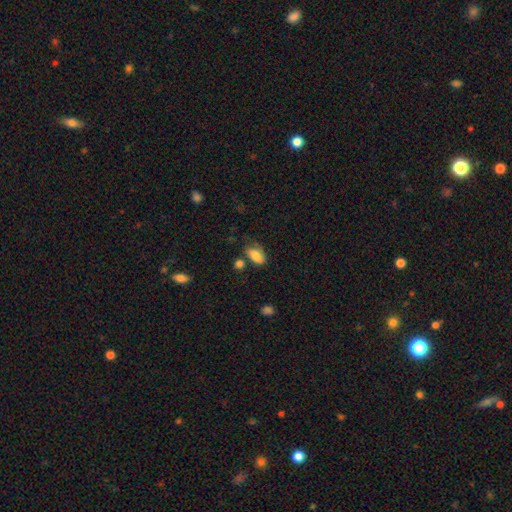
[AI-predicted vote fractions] smooth-or-featured: smooth: 77% | featured or disk: 15% | star or artifact: 8%
  how-rounded: in between: 90% | round: 6% | cigar-shaped: 3%
  merging: none: 51% | minor disturbance: 28% | major disturbance: 11% | merger: 10%